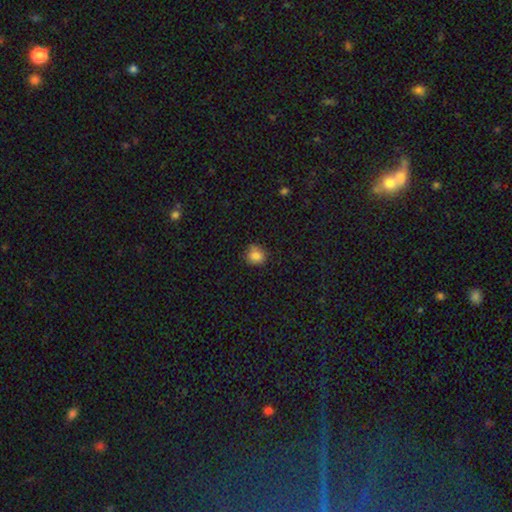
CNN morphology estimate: Smooth or featured? Predicted: smooth (p=0.84). How rounded? Predicted: round (p=0.77). Merging? Predicted: none (p=0.75).